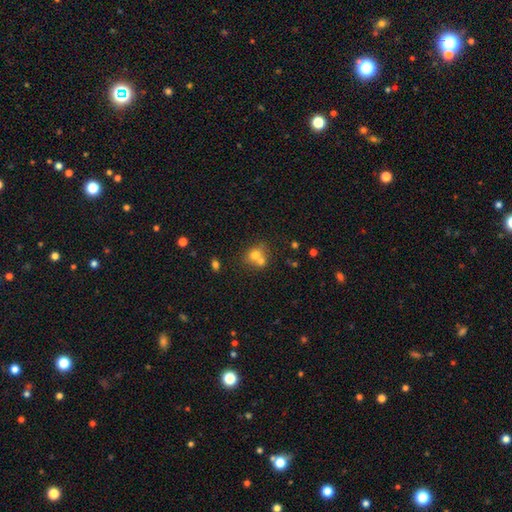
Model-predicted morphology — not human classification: Smooth or featured? Predicted: smooth (p=0.69). How rounded? Predicted: round (p=0.71). Merging? Predicted: merger (p=0.55).